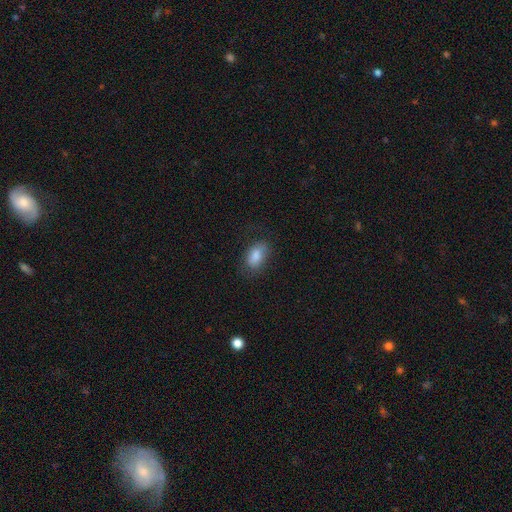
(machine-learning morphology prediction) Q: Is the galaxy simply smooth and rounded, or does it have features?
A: smooth — 84%.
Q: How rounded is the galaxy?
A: in between — 89%.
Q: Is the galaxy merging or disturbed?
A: none — 73%.